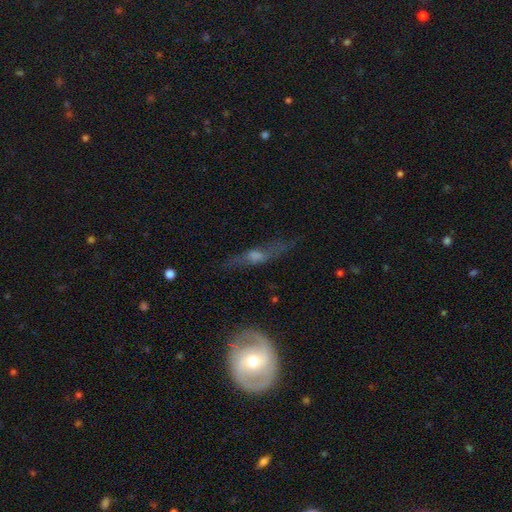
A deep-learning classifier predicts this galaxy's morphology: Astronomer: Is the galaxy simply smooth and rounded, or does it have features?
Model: featured or disk — 64%.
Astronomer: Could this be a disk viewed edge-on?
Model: yes — 59% (runner-up: no, 41%).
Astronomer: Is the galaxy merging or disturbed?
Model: none — 64%.